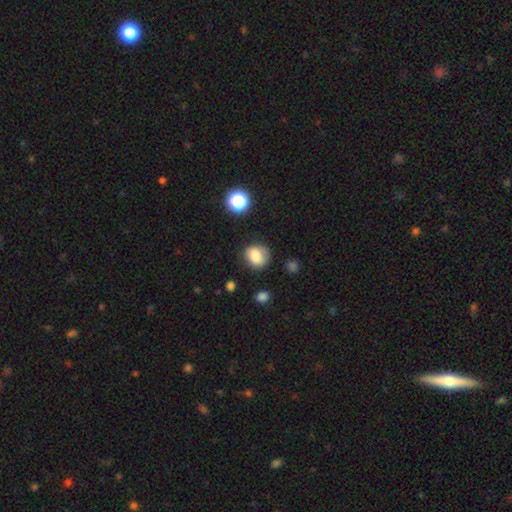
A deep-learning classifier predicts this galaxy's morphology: This is likely a smooth galaxy (75%). How rounded: likely round (71%). Merging: likely none (68%).